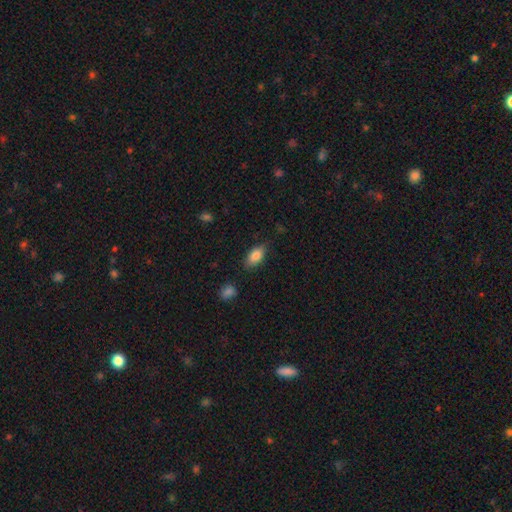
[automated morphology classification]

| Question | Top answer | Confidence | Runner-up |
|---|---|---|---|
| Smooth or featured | smooth | 84% | featured or disk (9%) |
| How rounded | in between | 90% | cigar-shaped (6%) |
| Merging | none | 79% | minor disturbance (16%) |